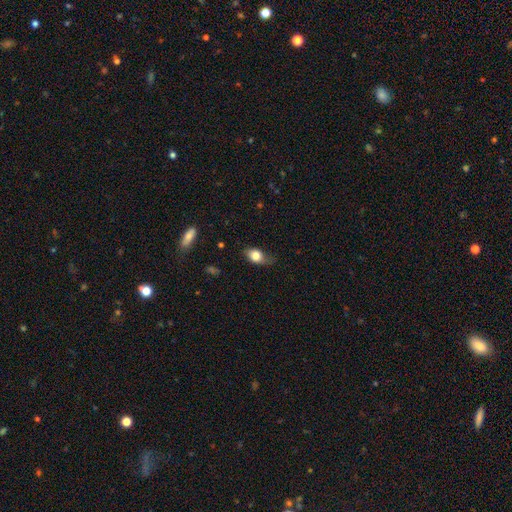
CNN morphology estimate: smooth_or_featured: smooth (p=0.79) [alt: featured or disk p=0.13]
how_rounded: in between (p=0.77) [alt: round p=0.21]
merging: none (p=0.51) [alt: minor disturbance p=0.35]